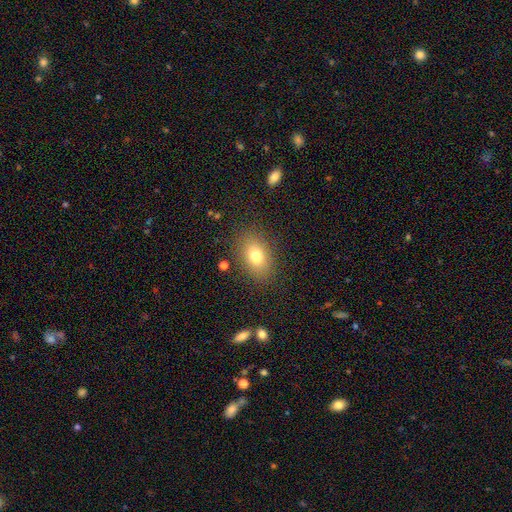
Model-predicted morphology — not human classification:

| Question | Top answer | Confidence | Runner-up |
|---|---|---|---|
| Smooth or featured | smooth | 76% | featured or disk (13%) |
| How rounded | in between | 82% | round (17%) |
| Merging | none | 84% | minor disturbance (10%) |